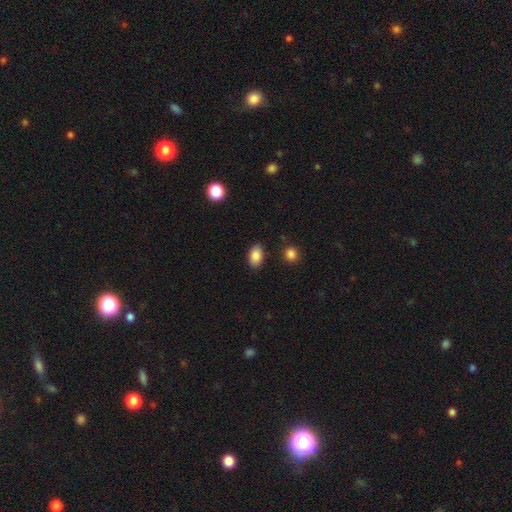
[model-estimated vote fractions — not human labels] Smooth or featured? smooth (87%)
How rounded? in between (88%)
Merging? none (86%)